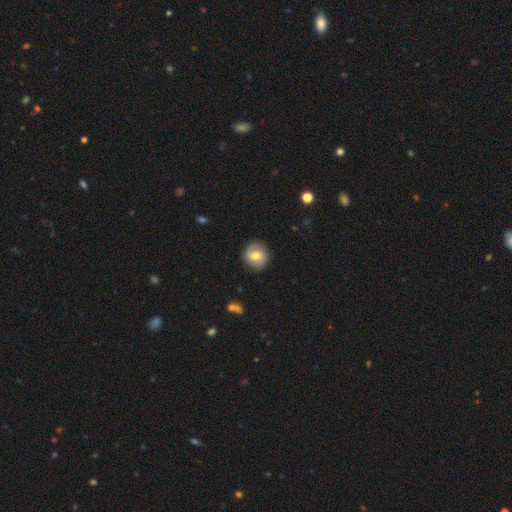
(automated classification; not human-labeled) Smooth or featured: smooth — 51% (featured or disk — 41%)
How rounded: round — 86% (in between — 13%)
Merging: none — 85% (minor disturbance — 11%)